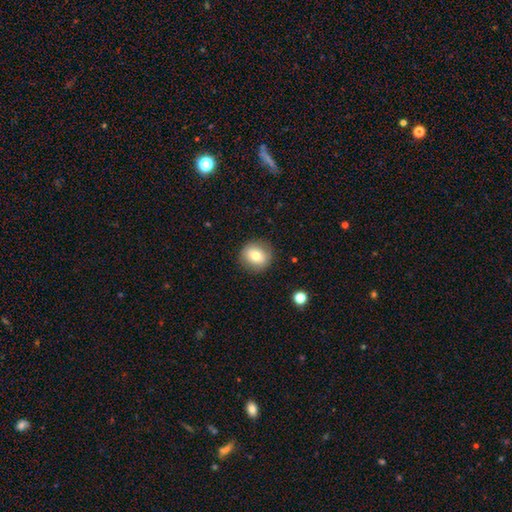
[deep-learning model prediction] Smooth or featured: smooth — 75% (featured or disk — 16%)
How rounded: round — 83% (in between — 16%)
Merging: none — 87% (minor disturbance — 9%)